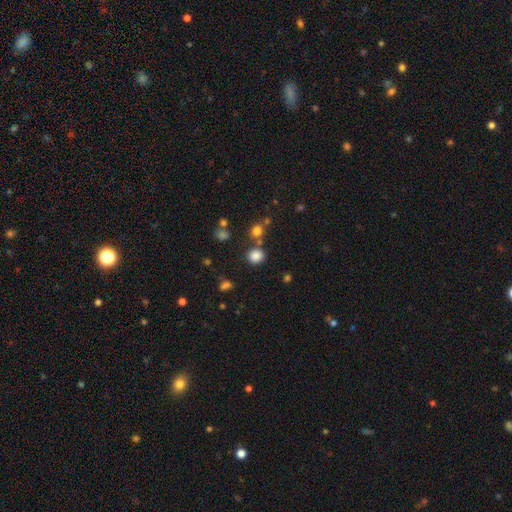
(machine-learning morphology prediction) A smooth galaxy with no disk features (81%) that is round (78%). Merging: none (75%).